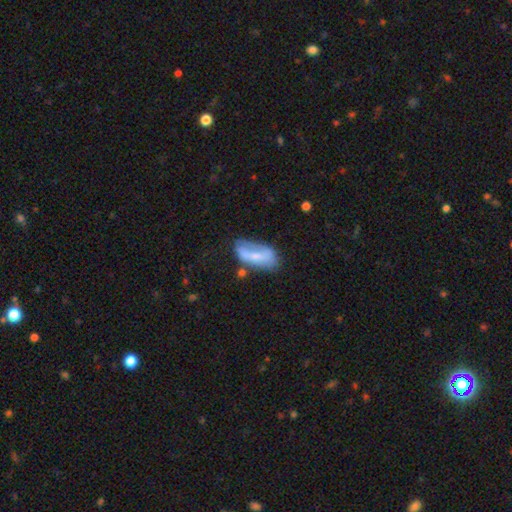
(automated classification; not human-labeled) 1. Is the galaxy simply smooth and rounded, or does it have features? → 50% smooth, 43% featured or disk, 7% star or artifact.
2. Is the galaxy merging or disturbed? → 45% none, 31% minor disturbance, 16% major disturbance, 8% merger.